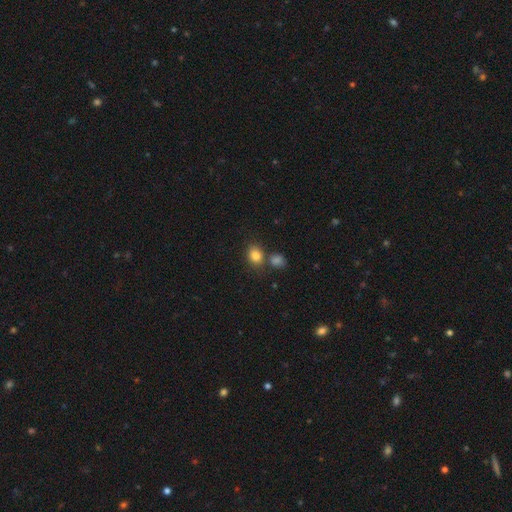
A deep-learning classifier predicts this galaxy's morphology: type=smooth (81%); roundness=round (56%); merging=none (64%).